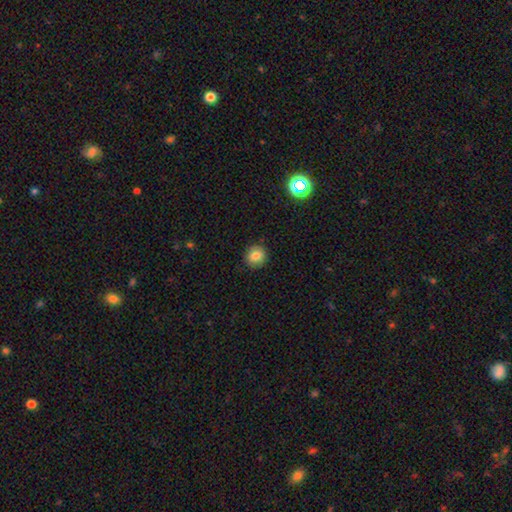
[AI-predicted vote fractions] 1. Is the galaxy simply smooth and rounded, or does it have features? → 82% smooth, 11% star or artifact, 8% featured or disk.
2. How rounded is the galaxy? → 88% round, 11% in between, 1% cigar-shaped.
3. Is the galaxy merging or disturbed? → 90% none, 7% minor disturbance, 2% major disturbance, 1% merger.